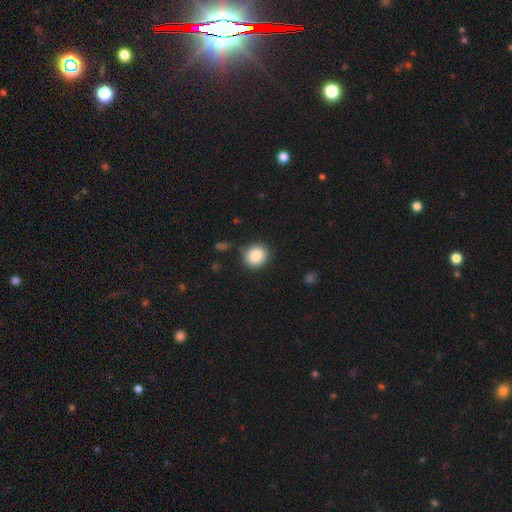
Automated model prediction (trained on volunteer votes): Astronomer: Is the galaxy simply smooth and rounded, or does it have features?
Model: smooth — 86%.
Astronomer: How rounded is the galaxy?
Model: round — 82%.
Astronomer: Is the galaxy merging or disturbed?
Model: none — 80%.